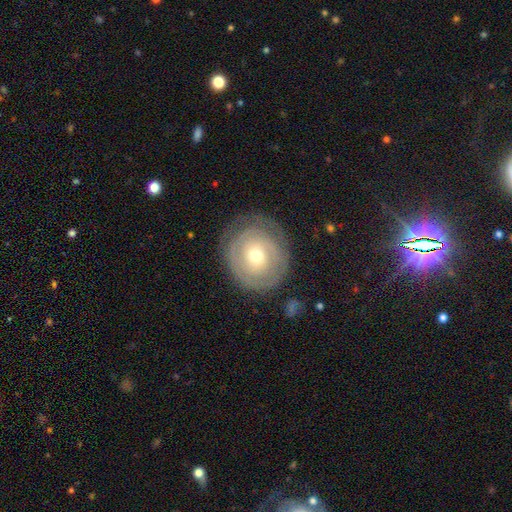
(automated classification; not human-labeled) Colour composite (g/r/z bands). It shows a featured or disk galaxy (61%) with no bar (76%), spiral arms (65%) and a moderate central bulge (50%). Merging: none (72%).